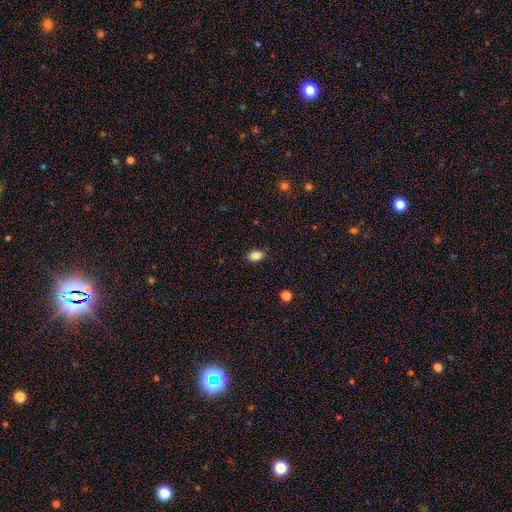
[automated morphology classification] smooth_or_featured: smooth (p=0.85) [alt: star or artifact p=0.10]
how_rounded: in between (p=0.77) [alt: round p=0.22]
merging: none (p=0.84) [alt: minor disturbance p=0.12]